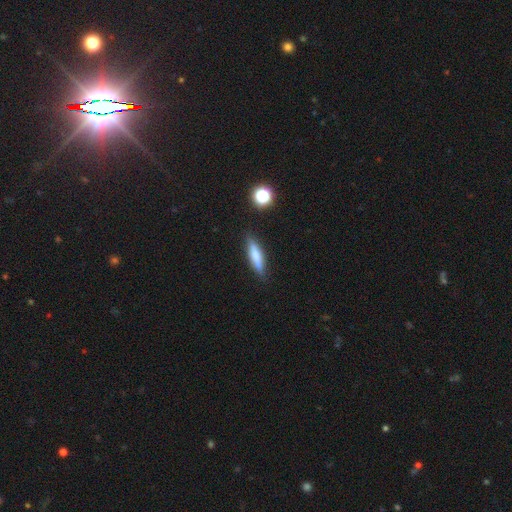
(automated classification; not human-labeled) smooth-or-featured: smooth: 69% | featured or disk: 23% | star or artifact: 8%
  how-rounded: cigar-shaped: 74% | in between: 24% | round: 2%
  merging: none: 85% | minor disturbance: 11% | major disturbance: 2% | merger: 2%